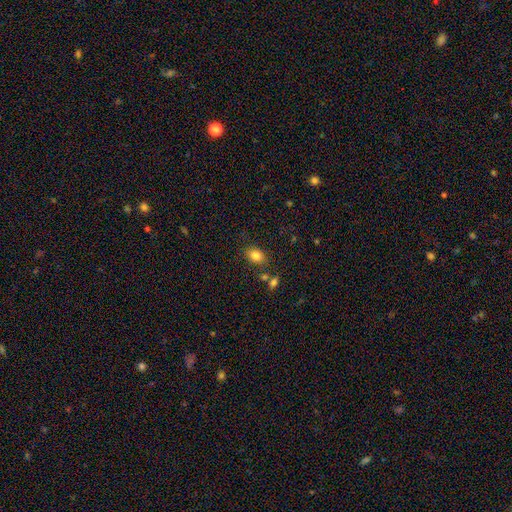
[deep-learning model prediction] Smooth or featured: smooth — 83% (star or artifact — 9%)
How rounded: in between — 79% (round — 20%)
Merging: none — 78% (minor disturbance — 12%)